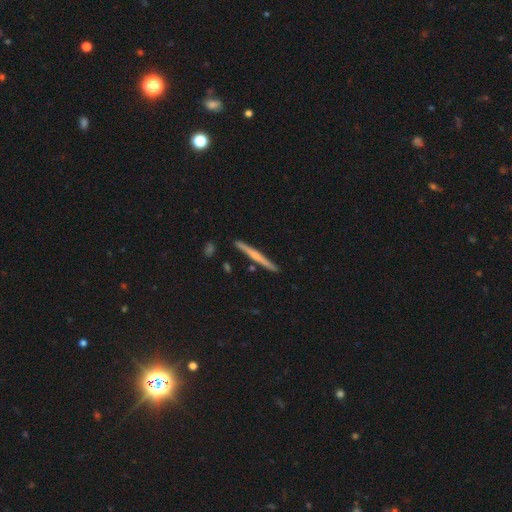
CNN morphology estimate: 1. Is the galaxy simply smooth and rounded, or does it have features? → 54% featured or disk, 41% smooth, 6% star or artifact.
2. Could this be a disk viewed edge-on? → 98% yes, 2% no.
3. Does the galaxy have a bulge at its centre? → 52% none, 39% rounded, 9% boxy.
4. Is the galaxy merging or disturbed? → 89% none, 7% minor disturbance, 2% merger, 1% major disturbance.